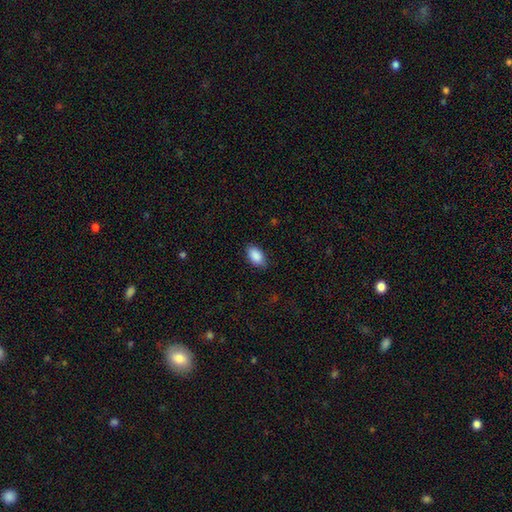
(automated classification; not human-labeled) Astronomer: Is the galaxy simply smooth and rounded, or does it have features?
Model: smooth — 90%.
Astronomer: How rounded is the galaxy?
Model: in between — 94%.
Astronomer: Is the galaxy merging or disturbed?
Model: none — 86%.